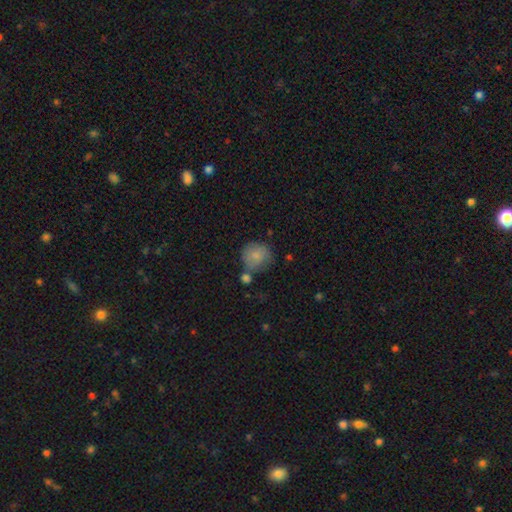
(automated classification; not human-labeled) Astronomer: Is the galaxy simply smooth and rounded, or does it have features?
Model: smooth — 81%.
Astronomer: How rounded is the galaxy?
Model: round — 86%.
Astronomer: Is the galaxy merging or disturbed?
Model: none — 56%.